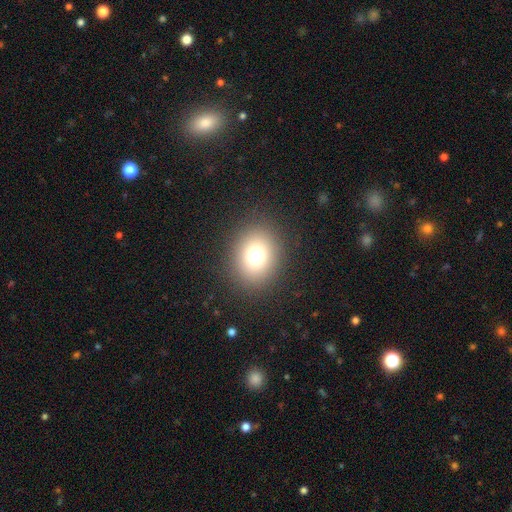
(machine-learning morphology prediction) Smooth or featured: smooth — 72% (star or artifact — 18%)
How rounded: round — 66% (in between — 33%)
Merging: none — 88% (minor disturbance — 7%)